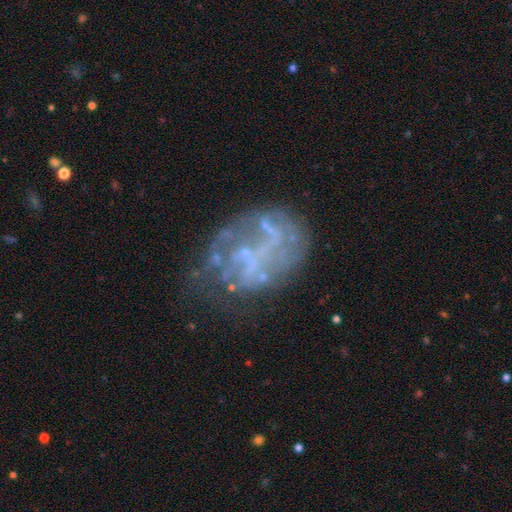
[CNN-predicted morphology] type=featured or disk (72%); edge-on=no (98%); bar=no (75%); spiral arms=no (65%); bulge=none (72%); merging=none (50%).